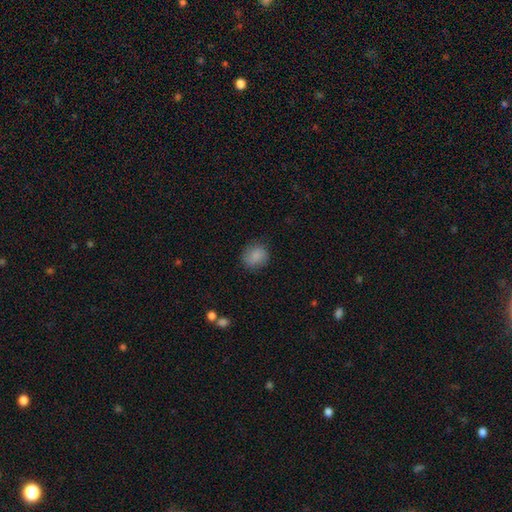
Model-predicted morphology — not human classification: This is clearly a smooth galaxy (85%). How rounded: likely round (79%). Merging: clearly none (82%).